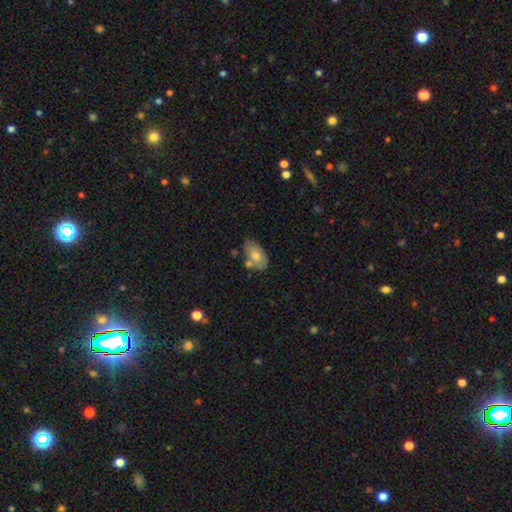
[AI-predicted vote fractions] Smooth or featured? smooth (63%)
How rounded? in between (92%)
Merging? none (58%)